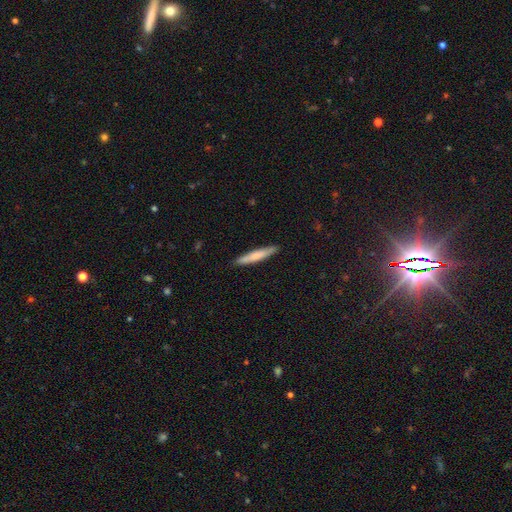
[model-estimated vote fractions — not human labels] Smooth or featured?
  - smooth: 72% *
  - featured or disk: 23%
  - star or artifact: 5%
How rounded?
  - cigar-shaped: 94% *
  - in between: 5%
  - round: 1%
Merging?
  - none: 90% *
  - minor disturbance: 8%
  - major disturbance: 1%
  - merger: 1%